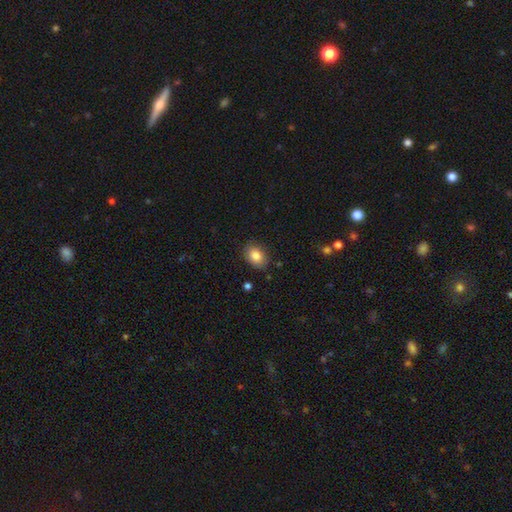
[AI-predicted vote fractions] A smooth galaxy with no disk features (85%) that is in between round and cigar-shaped (70%). Merging: none (85%).